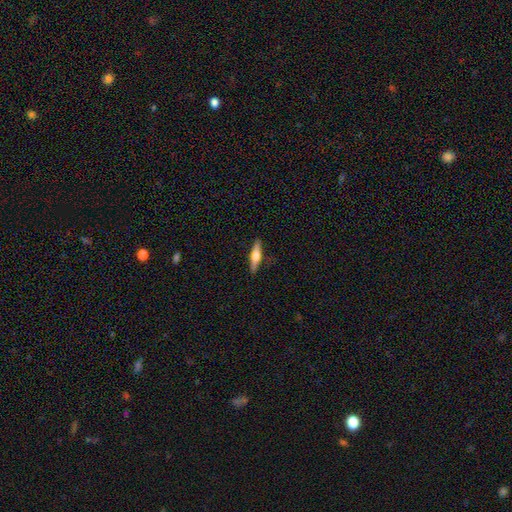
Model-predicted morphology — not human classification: Smooth or featured: featured or disk — 54% (smooth — 40%)
Edge-on disk: yes — 95% (no — 5%)
Edge-on bulge: rounded — 91% (boxy — 6%)
Merging: none — 88% (minor disturbance — 9%)